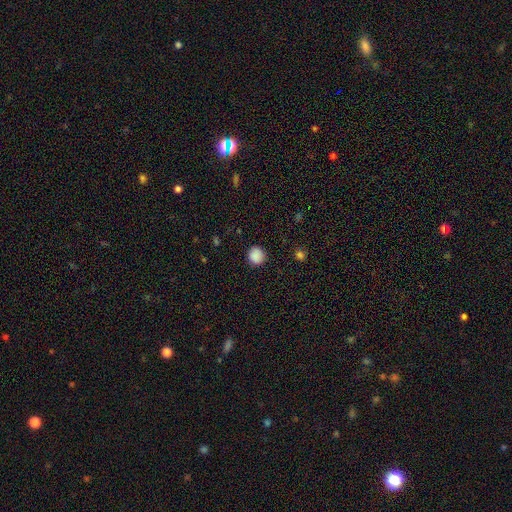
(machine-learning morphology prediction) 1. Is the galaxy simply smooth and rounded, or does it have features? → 88% smooth, 10% star or artifact, 3% featured or disk.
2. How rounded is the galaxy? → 91% round, 8% in between, 1% cigar-shaped.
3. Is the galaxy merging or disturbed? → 90% none, 7% minor disturbance, 2% major disturbance, 1% merger.